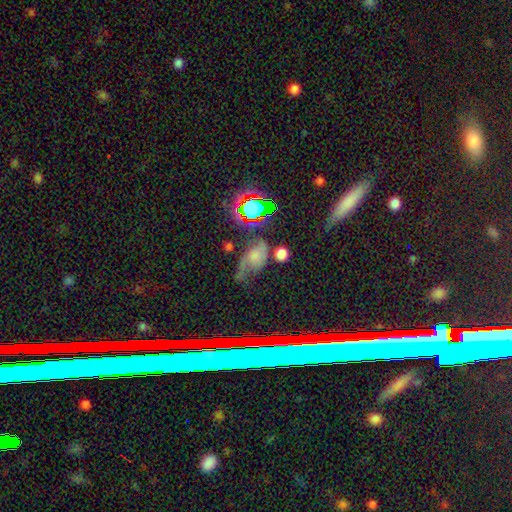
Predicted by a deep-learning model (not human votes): smooth_or_featured: featured or disk (p=0.41) [alt: smooth p=0.38]
merging: none (p=0.32) [alt: major disturbance p=0.29]